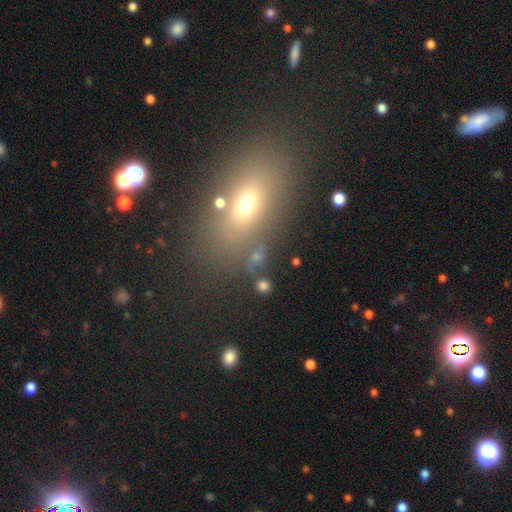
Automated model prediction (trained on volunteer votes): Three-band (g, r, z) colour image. It shows a smooth galaxy with no disk features (62%) that is in between round and cigar-shaped (65%). Merging: none (67%).